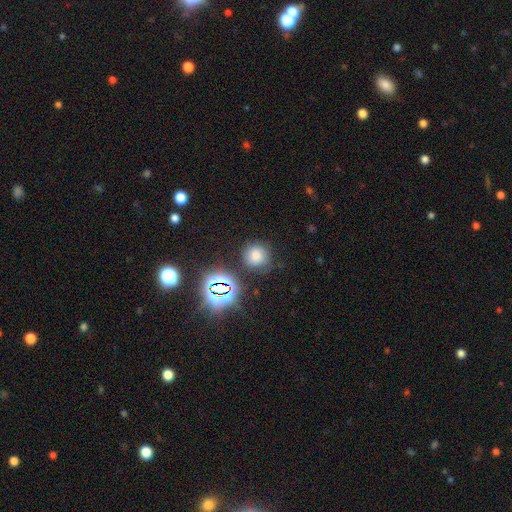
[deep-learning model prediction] A smooth galaxy with no disk features (67%) that is round (89%). Merging: none (76%).